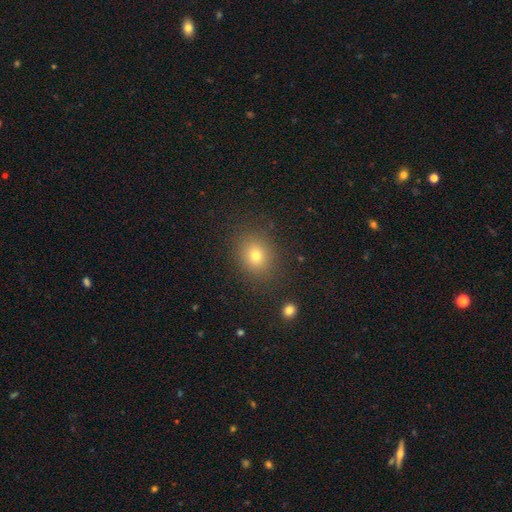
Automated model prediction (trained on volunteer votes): Morphology: type=smooth (73%); roundness=round (63%); merging=none (86%).